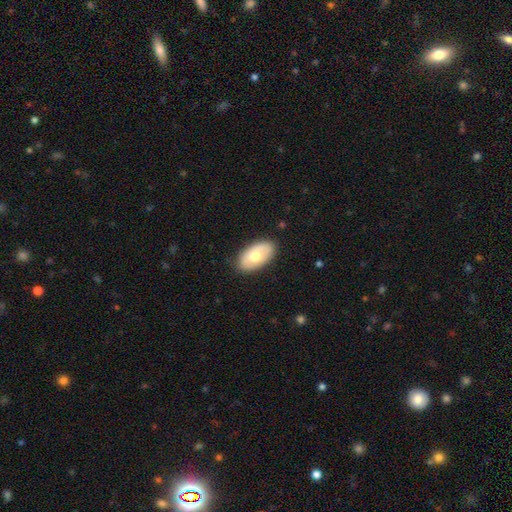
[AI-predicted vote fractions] Smooth or featured? smooth (62%)
How rounded? in between (94%)
Merging? none (85%)